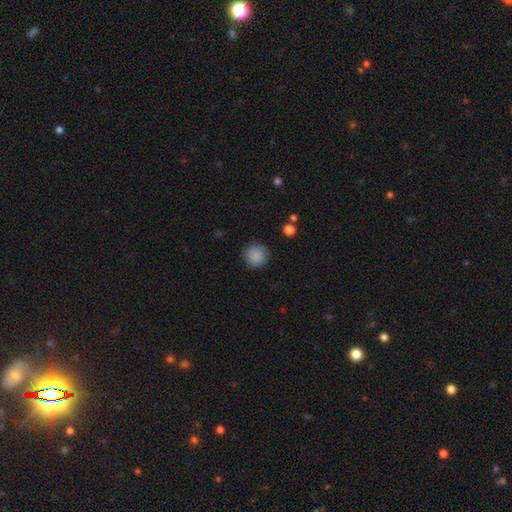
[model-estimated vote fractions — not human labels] A smooth galaxy with no disk features (88%) that is round (94%).

Vote fractions:
- Smooth or featured? smooth: 88% / star or artifact: 9% / featured or disk: 3%
- How rounded? round: 94% / in between: 5% / cigar-shaped: 1%
- Merging? none: 89% / minor disturbance: 7% / major disturbance: 2% / merger: 1%